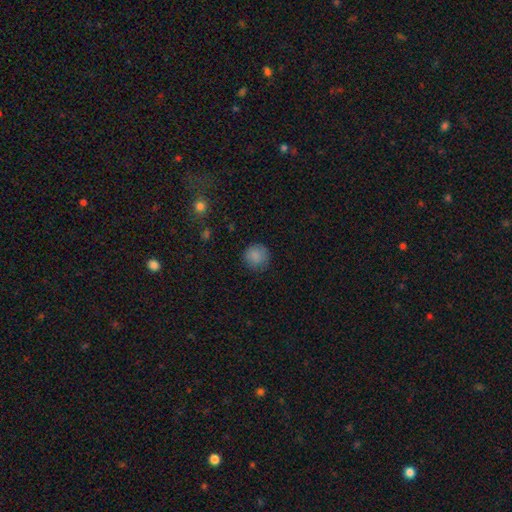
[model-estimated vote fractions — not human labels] smooth_or_featured: smooth (p=0.86) [alt: star or artifact p=0.09]
how_rounded: round (p=0.93) [alt: in between p=0.06]
merging: none (p=0.83) [alt: minor disturbance p=0.12]